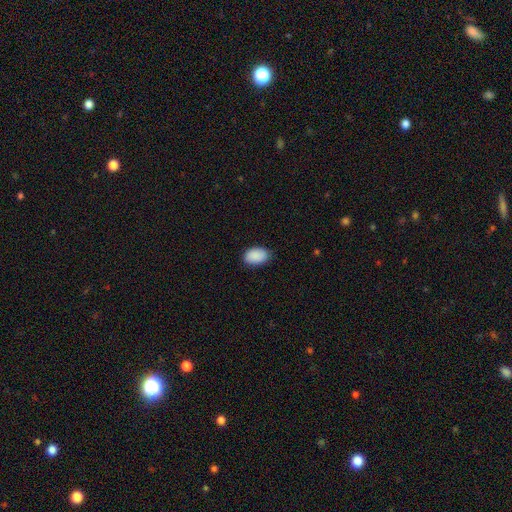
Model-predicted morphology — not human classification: This is clearly a smooth galaxy (91%). How rounded: clearly in between (90%). Merging: clearly none (84%).